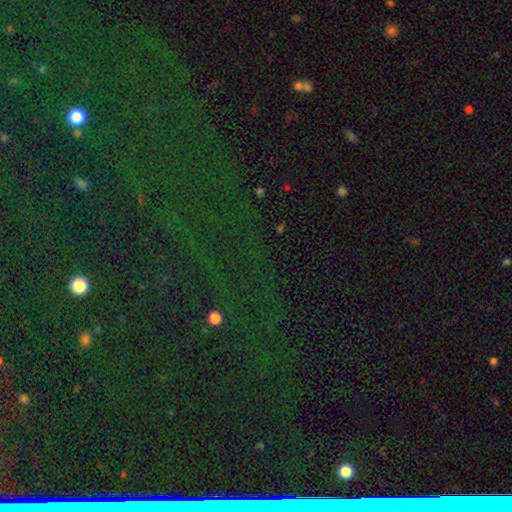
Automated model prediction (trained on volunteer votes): Smooth or featured?
  - star or artifact: 81% *
  - smooth: 11%
  - featured or disk: 8%